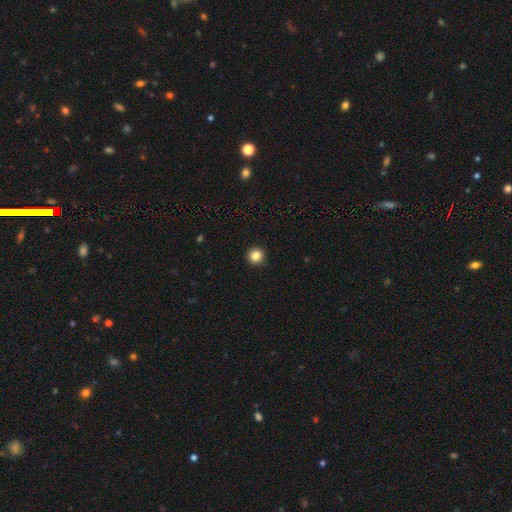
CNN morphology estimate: Q: Smooth or featured?
A: smooth (85%); runner-up: star or artifact (11%)
Q: How rounded?
A: round (94%); runner-up: in between (5%)
Q: Merging?
A: none (92%); runner-up: minor disturbance (5%)